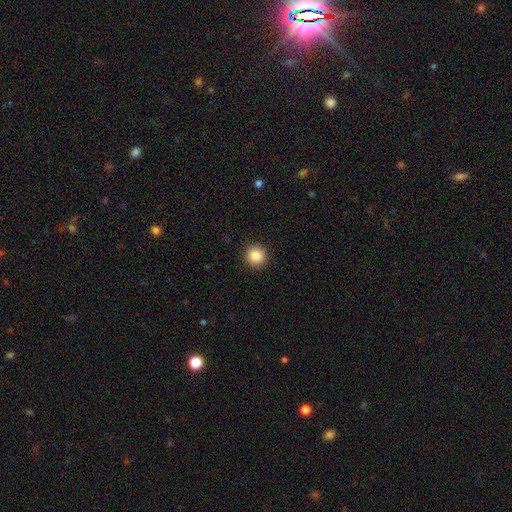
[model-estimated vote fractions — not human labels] Morphology: type=smooth (87%); roundness=round (94%); merging=none (92%).